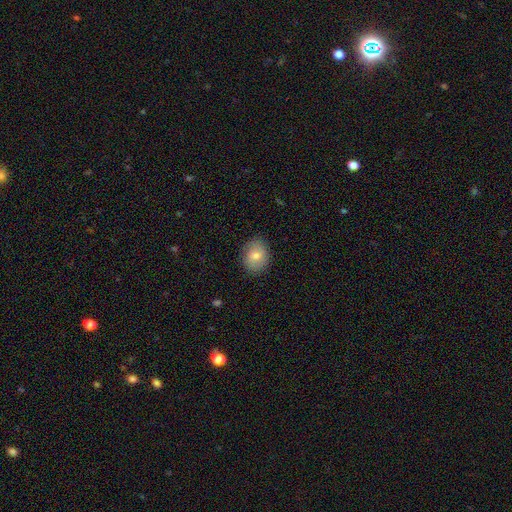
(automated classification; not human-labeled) Smooth or featured: smooth — 76% (featured or disk — 16%)
How rounded: in between — 53% (round — 46%)
Merging: none — 86% (minor disturbance — 11%)